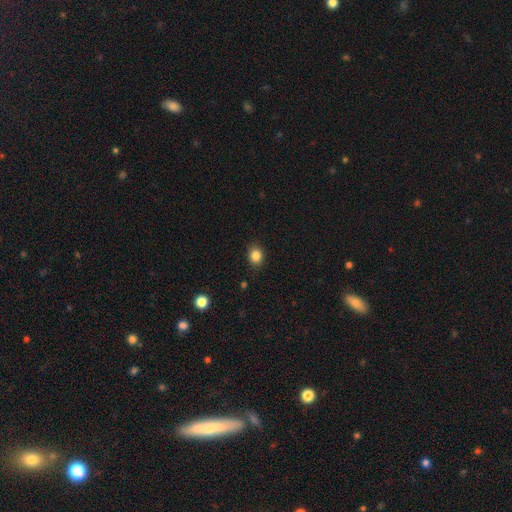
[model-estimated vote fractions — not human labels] This is clearly a smooth galaxy (85%). How rounded: possibly round (59%). Merging: clearly none (87%).